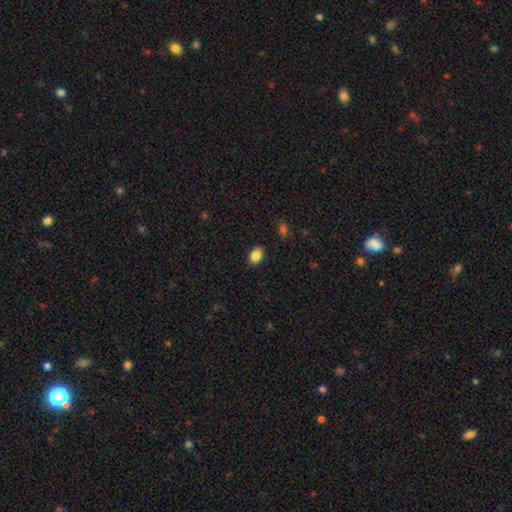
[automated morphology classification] The model was most divided on "how rounded": in between: 81%, round: 18%, cigar-shaped: 1%. More confident: merging — none (88%); smooth or featured — smooth (86%).